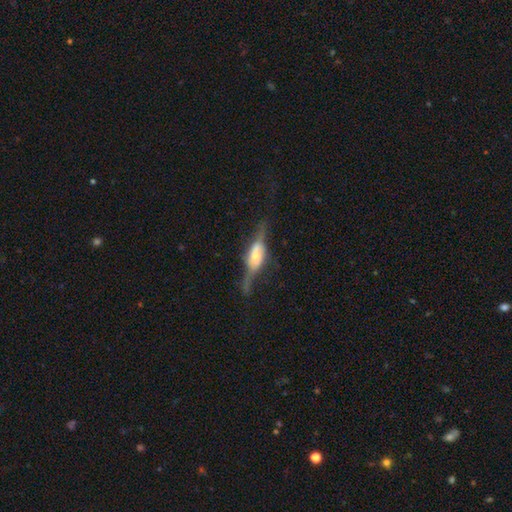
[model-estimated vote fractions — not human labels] featured or disk 73%, smooth 20%, star or artifact 7%. Down the decision tree: edge-on disk — yes (75%); edge-on bulge — rounded (78%); merging — none (52%).